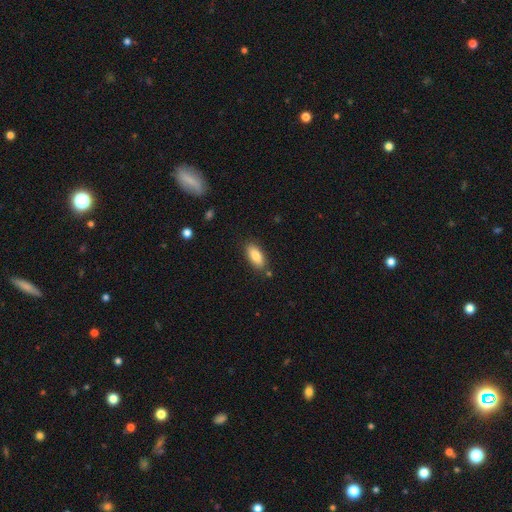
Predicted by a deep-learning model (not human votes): Q: Smooth or featured?
A: smooth (84%); runner-up: featured or disk (9%)
Q: How rounded?
A: in between (82%); runner-up: cigar-shaped (16%)
Q: Merging?
A: none (84%); runner-up: minor disturbance (11%)